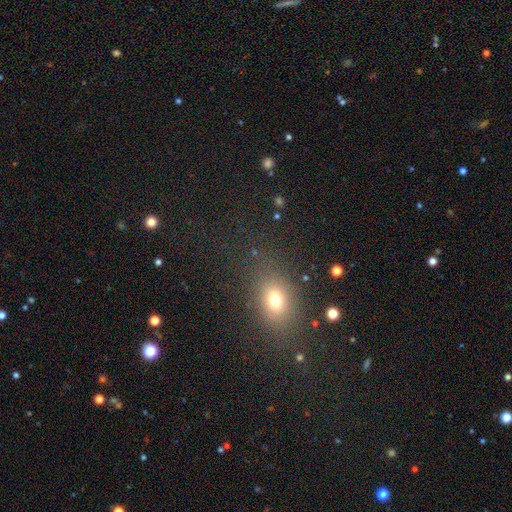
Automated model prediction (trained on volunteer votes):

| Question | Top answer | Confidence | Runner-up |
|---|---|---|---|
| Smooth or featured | smooth | 60% | star or artifact (30%) |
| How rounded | in between | 60% | round (35%) |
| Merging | none | 82% | minor disturbance (11%) |